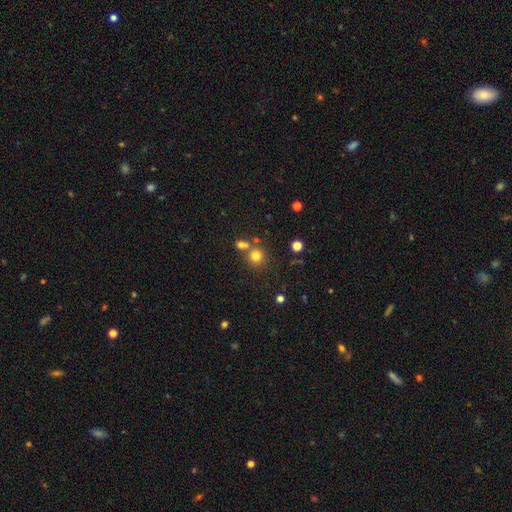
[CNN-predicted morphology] Overall: smooth (76%). How rounded: round (89%). Merging: none (65%).